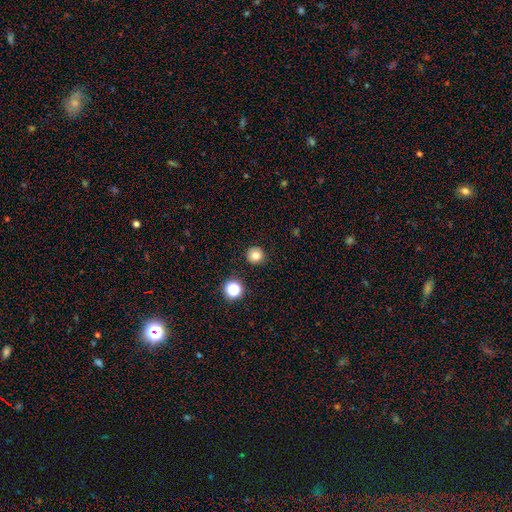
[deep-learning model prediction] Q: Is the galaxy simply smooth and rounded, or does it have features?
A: smooth — 79%.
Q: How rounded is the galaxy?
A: round — 94%.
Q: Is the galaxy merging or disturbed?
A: none — 91%.